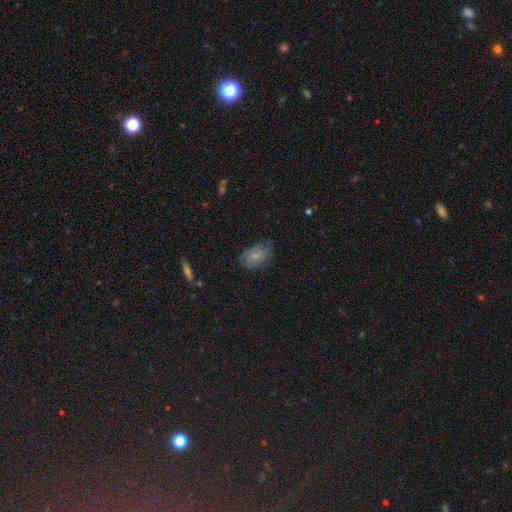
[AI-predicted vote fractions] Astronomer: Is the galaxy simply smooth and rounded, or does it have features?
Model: smooth — 63%.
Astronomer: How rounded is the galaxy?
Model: in between — 85%.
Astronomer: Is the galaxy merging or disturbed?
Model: none — 58%.